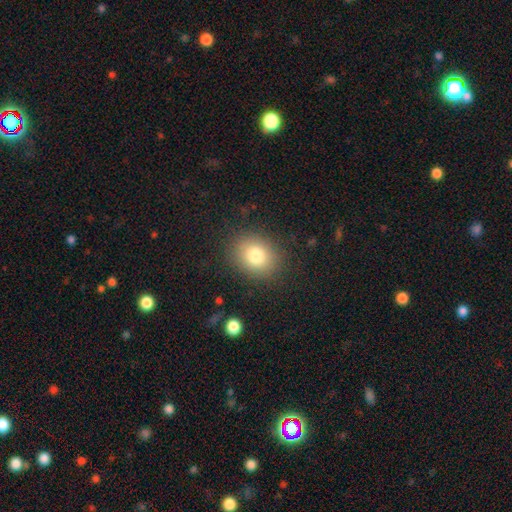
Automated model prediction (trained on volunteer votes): Smooth or featured: smooth — 80% (star or artifact — 11%)
How rounded: round — 59% (in between — 40%)
Merging: none — 86% (minor disturbance — 9%)